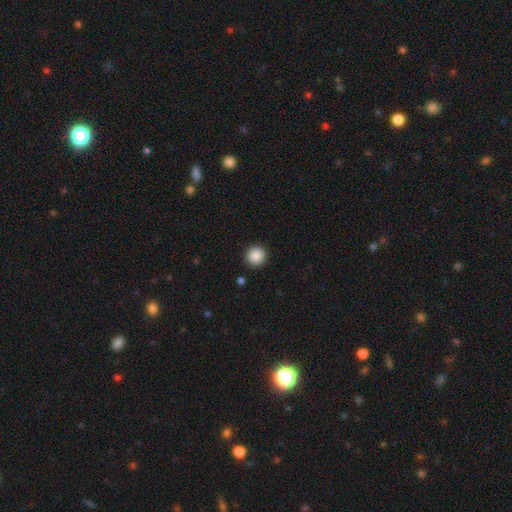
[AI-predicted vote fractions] Smooth or featured?
  - smooth: 89% *
  - star or artifact: 9%
  - featured or disk: 3%
How rounded?
  - round: 94% *
  - in between: 5%
  - cigar-shaped: 1%
Merging?
  - none: 92% *
  - minor disturbance: 5%
  - major disturbance: 2%
  - merger: 1%